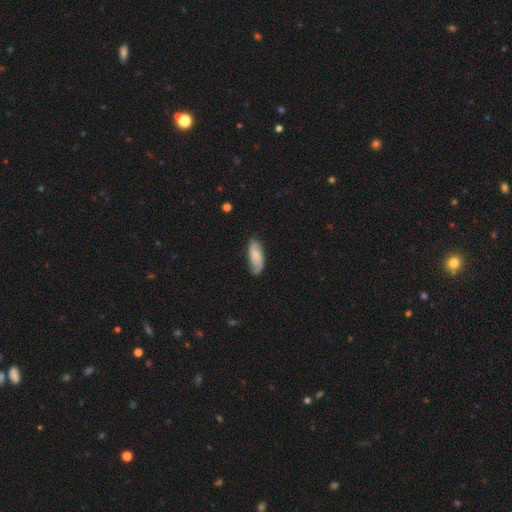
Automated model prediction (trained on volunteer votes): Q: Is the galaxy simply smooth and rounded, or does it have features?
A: smooth — 51%.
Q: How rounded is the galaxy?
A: in between — 76%.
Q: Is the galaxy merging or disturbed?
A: none — 74%.